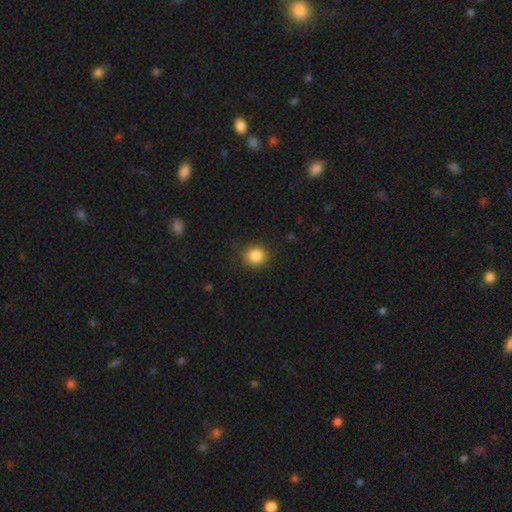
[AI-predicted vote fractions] smooth-or-featured: smooth: 86% | star or artifact: 10% | featured or disk: 4%
  how-rounded: round: 84% | in between: 15% | cigar-shaped: 1%
  merging: none: 88% | minor disturbance: 8% | major disturbance: 3% | merger: 1%